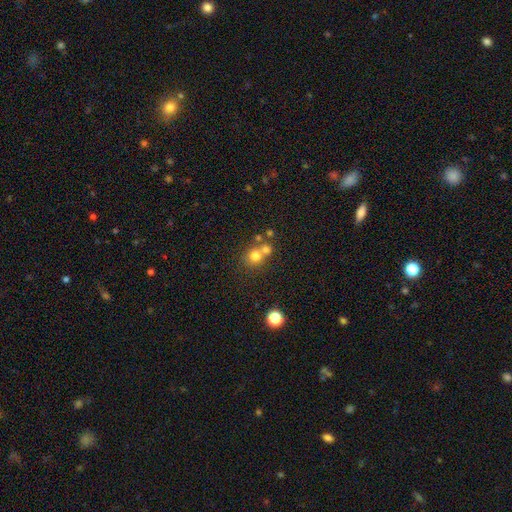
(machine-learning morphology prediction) Smooth or featured? Predicted: smooth (p=0.73). How rounded? Predicted: round (p=0.85). Merging? Predicted: none (p=0.48).